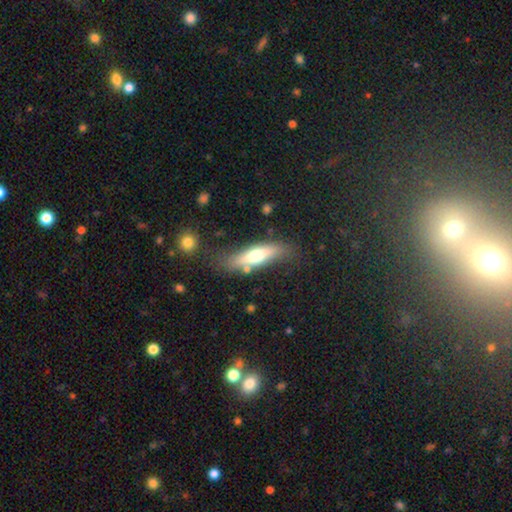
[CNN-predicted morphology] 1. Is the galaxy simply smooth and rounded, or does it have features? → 55% smooth, 39% featured or disk, 6% star or artifact.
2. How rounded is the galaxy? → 57% cigar-shaped, 40% in between, 3% round.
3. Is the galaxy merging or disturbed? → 71% none, 17% minor disturbance, 6% merger, 6% major disturbance.